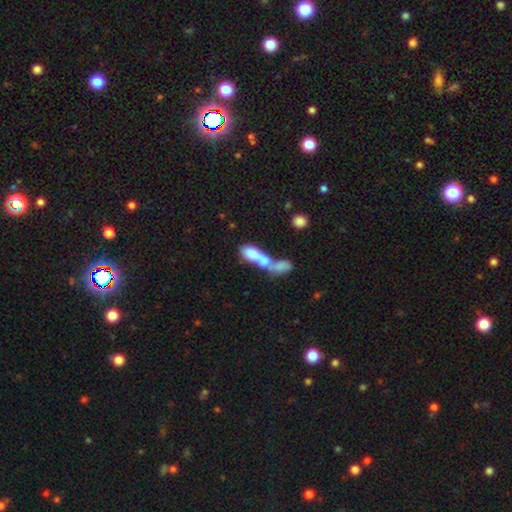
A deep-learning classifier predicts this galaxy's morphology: Overall: smooth (64%; featured or disk 27%). How rounded: in between (69%). Merging: merger (78%).